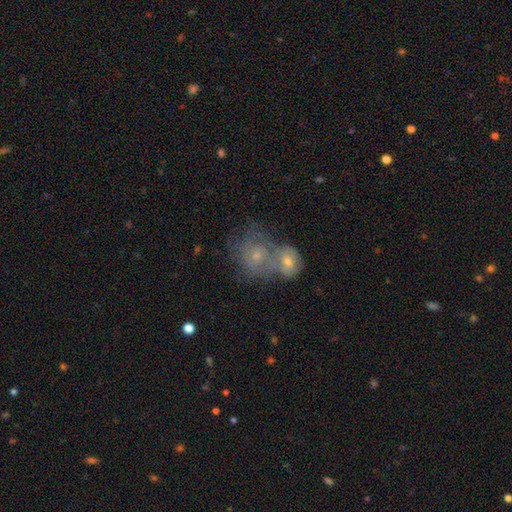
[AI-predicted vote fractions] smooth_or_featured: featured or disk (p=0.56) [alt: smooth p=0.34]
disk_edge_on: no (p=0.97) [alt: yes p=0.03]
bar: no (p=0.76) [alt: weak p=0.20]
has_spiral_arms: yes (p=0.73) [alt: no p=0.27]
bulge_size: small (p=0.61) [alt: moderate p=0.32]
merging: merger (p=0.62) [alt: none p=0.24]